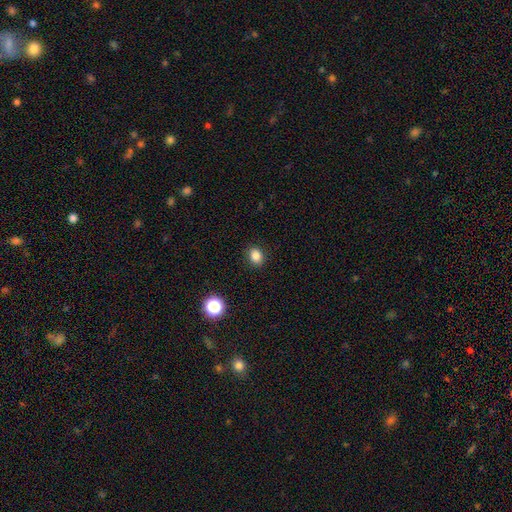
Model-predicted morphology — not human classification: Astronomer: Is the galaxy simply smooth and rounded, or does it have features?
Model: smooth — 84%.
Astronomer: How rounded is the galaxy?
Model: in between — 53% (runner-up: round, 46%).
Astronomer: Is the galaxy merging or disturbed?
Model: none — 89%.